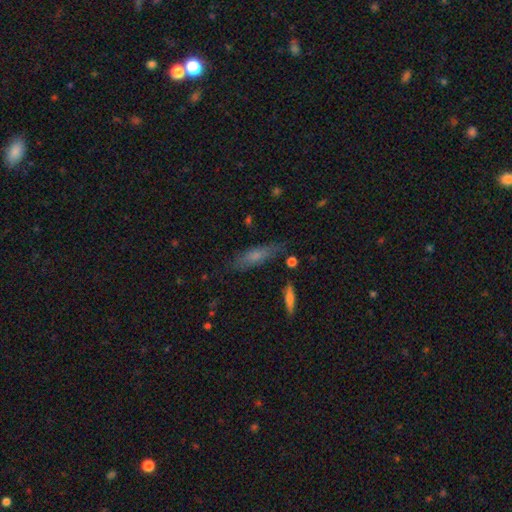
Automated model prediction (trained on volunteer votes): Smooth or featured?
  - smooth: 61% *
  - featured or disk: 29%
  - star or artifact: 10%
How rounded?
  - cigar-shaped: 64% *
  - in between: 34%
  - round: 3%
Merging?
  - none: 74% *
  - minor disturbance: 17%
  - major disturbance: 5%
  - merger: 3%